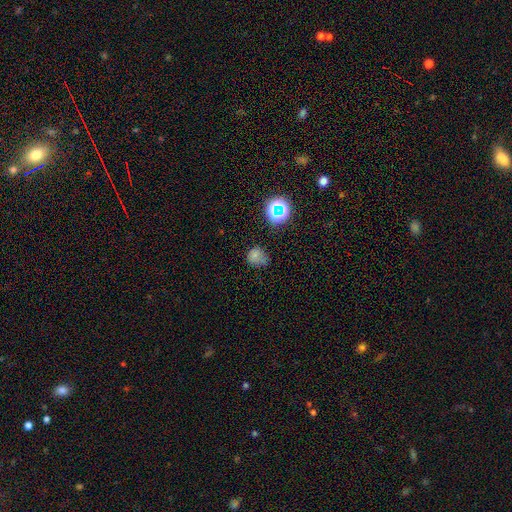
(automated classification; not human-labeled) This is likely a smooth galaxy (67%). How rounded: likely round (69%). Merging: possibly none (52%).